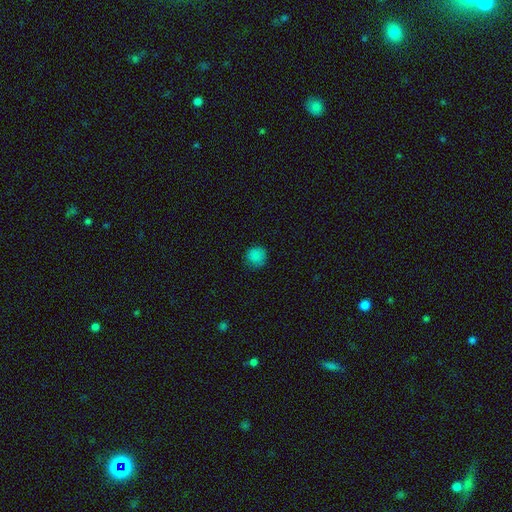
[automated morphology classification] The model was most divided on "merging": none: 83%, minor disturbance: 13%, major disturbance: 3%, merger: 1%. More confident: how rounded — round (91%); smooth or featured — smooth (83%).